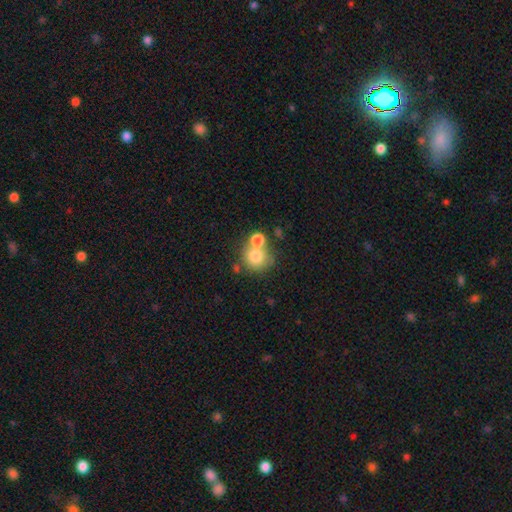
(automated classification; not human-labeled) This is likely a smooth galaxy (76%). How rounded: clearly round (85%). Merging: possibly none (48%).